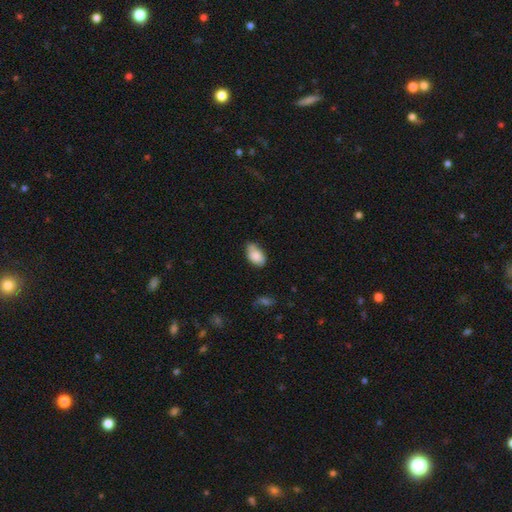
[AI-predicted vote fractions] smooth-or-featured: smooth: 80% | featured or disk: 12% | star or artifact: 8%
  how-rounded: in between: 90% | round: 8% | cigar-shaped: 2%
  merging: none: 50% | minor disturbance: 35% | major disturbance: 8% | merger: 7%